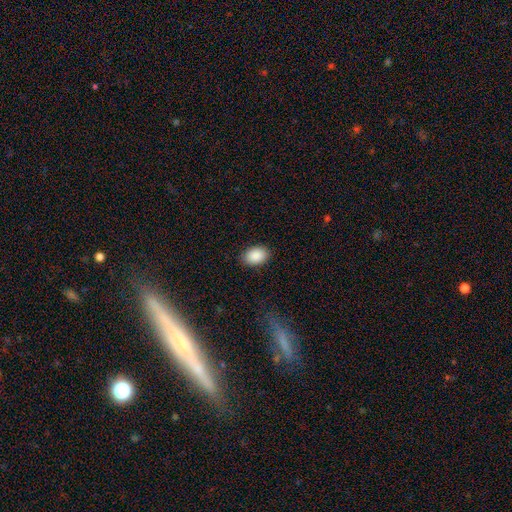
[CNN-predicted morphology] smooth-or-featured: smooth: 89% | star or artifact: 7% | featured or disk: 3%
  how-rounded: in between: 85% | round: 14% | cigar-shaped: 1%
  merging: none: 88% | minor disturbance: 9% | major disturbance: 2% | merger: 1%